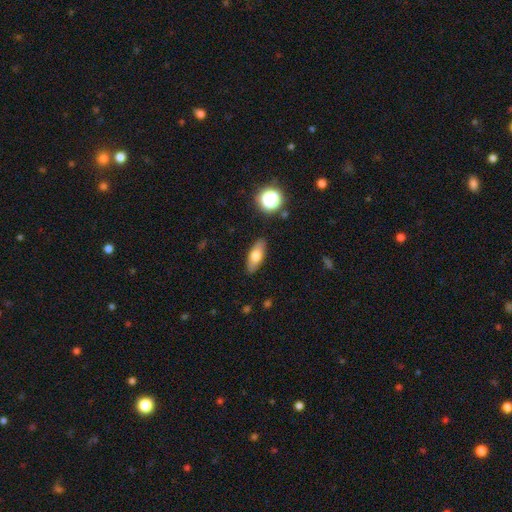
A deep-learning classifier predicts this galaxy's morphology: Smooth or featured? Predicted: smooth (p=0.69). How rounded? Predicted: in between (p=0.74). Merging? Predicted: none (p=0.87).